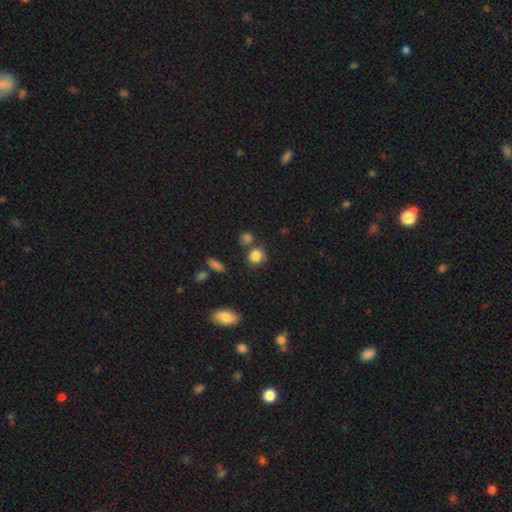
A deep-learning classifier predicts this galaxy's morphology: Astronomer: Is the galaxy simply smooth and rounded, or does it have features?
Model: smooth — 85%.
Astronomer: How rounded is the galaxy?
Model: round — 82%.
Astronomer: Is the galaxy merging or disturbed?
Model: none — 72%.